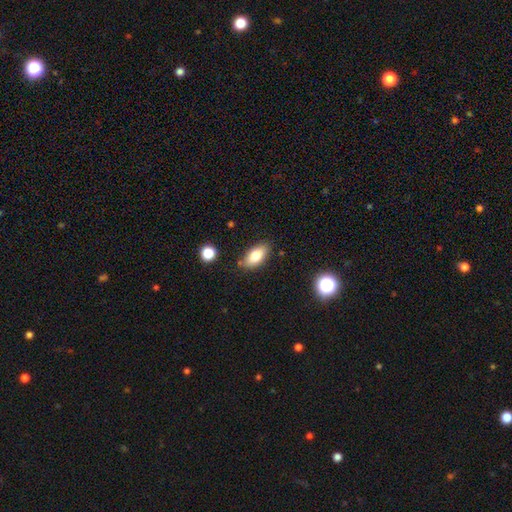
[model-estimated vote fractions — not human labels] A smooth galaxy with no disk features (79%) that is in between round and cigar-shaped (88%). Merging: none (81%).